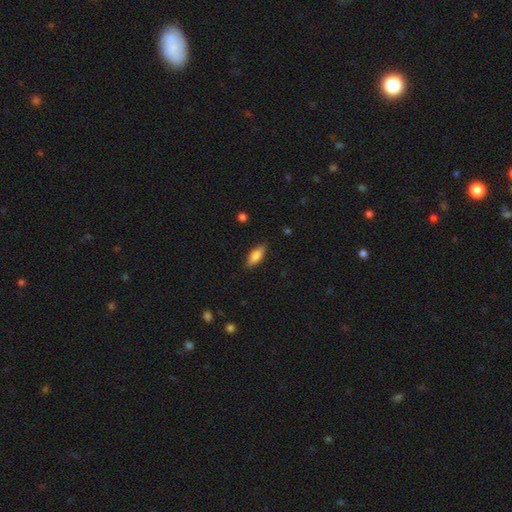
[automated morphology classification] This appears to be a smooth galaxy with no disk features (78%) that is in between round and cigar-shaped (70%). Merging: none (85%).